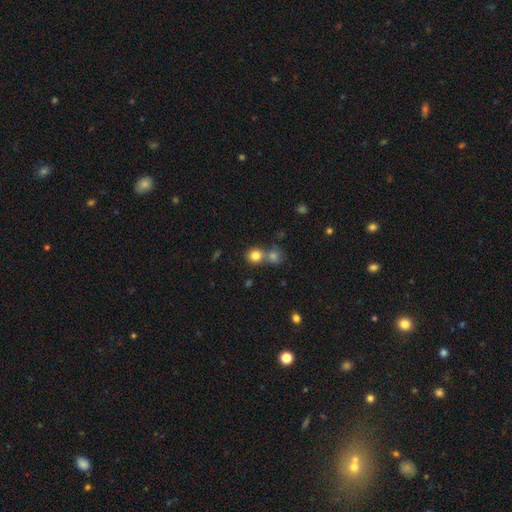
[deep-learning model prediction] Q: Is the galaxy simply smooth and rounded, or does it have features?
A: smooth — 80%.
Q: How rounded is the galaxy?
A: round — 85%.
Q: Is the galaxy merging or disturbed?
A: none — 52%.